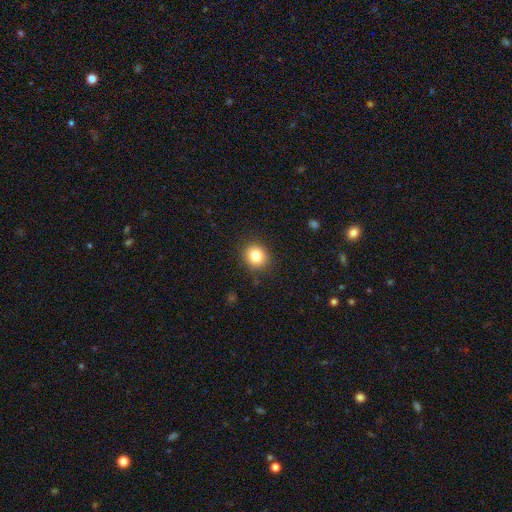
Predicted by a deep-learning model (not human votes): smooth-or-featured: smooth: 82% | star or artifact: 11% | featured or disk: 7%
  how-rounded: round: 84% | in between: 15% | cigar-shaped: 1%
  merging: none: 89% | minor disturbance: 8% | major disturbance: 2% | merger: 1%